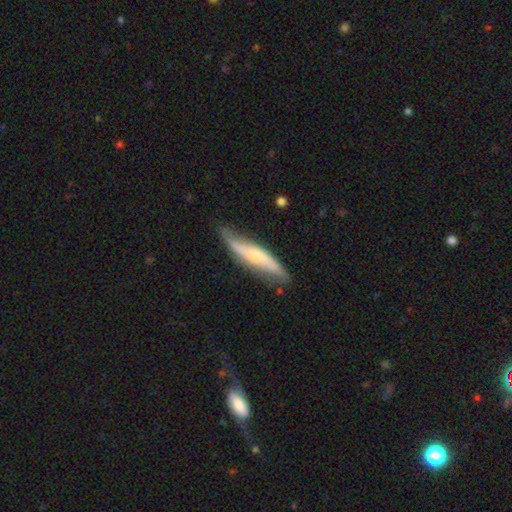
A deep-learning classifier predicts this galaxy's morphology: Smooth or featured?
  - featured or disk: 63% *
  - smooth: 32%
  - star or artifact: 5%
Edge-on disk?
  - yes: 51% *
  - no: 49%
Merging?
  - none: 64% *
  - minor disturbance: 27%
  - major disturbance: 7%
  - merger: 2%